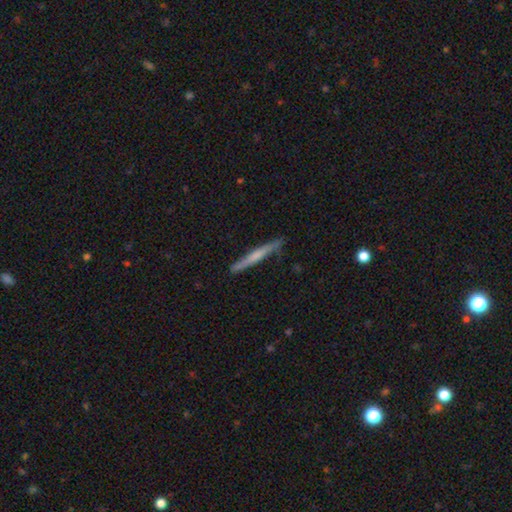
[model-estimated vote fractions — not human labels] This appears to be a featured or disk galaxy (52%) viewed edge-on (96%) with a rounded central bulge (45%). Merging: none (86%).